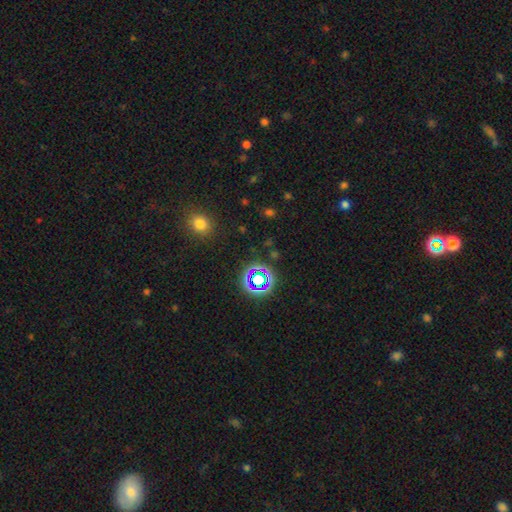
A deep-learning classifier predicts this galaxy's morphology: Overall: star or artifact (61%; smooth 28%).